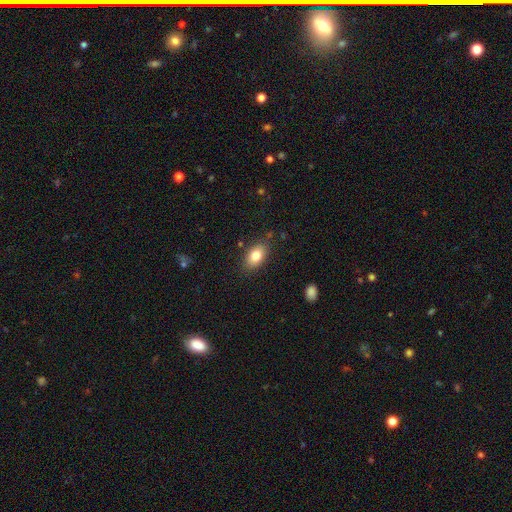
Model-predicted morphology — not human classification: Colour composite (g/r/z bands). It shows a smooth galaxy with no disk features (82%) that is in between round and cigar-shaped (88%). Merging: none (83%).